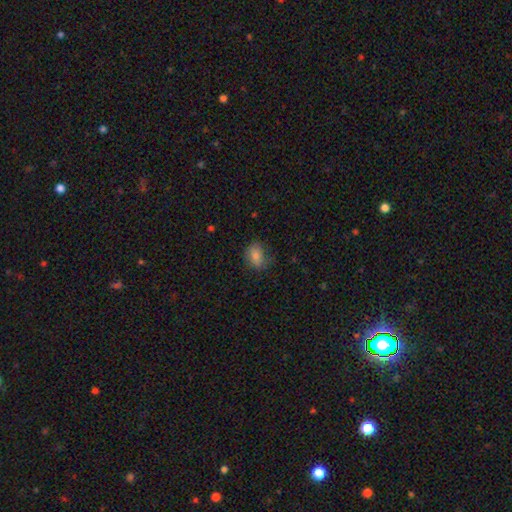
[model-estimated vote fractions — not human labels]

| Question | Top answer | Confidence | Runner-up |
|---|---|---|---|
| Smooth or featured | smooth | 79% | featured or disk (11%) |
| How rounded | in between | 67% | round (31%) |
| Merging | none | 70% | minor disturbance (22%) |